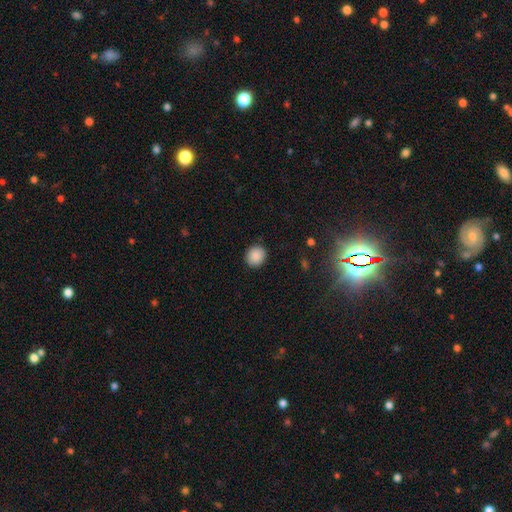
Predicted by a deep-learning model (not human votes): A smooth galaxy with no disk features (89%) that is round (80%).

Vote fractions:
- Smooth or featured? smooth: 89% / star or artifact: 8% / featured or disk: 3%
- How rounded? round: 80% / in between: 19% / cigar-shaped: 1%
- Merging? none: 90% / minor disturbance: 7% / major disturbance: 2% / merger: 1%